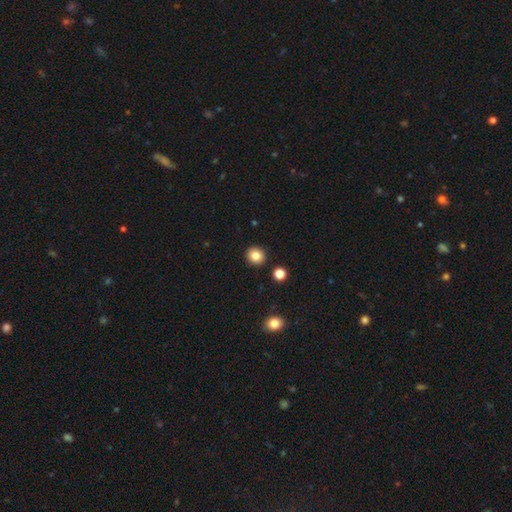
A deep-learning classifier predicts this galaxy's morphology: This is clearly a smooth galaxy (84%). How rounded: clearly round (91%). Merging: clearly none (92%).